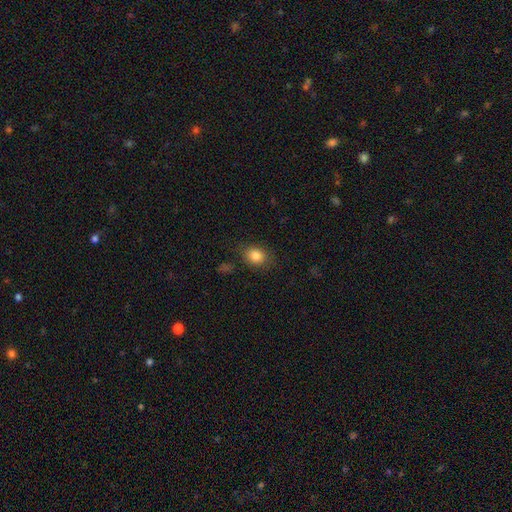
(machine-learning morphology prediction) Overall: smooth (83%). How rounded: round (52%; in between 47%). Merging: none (78%).